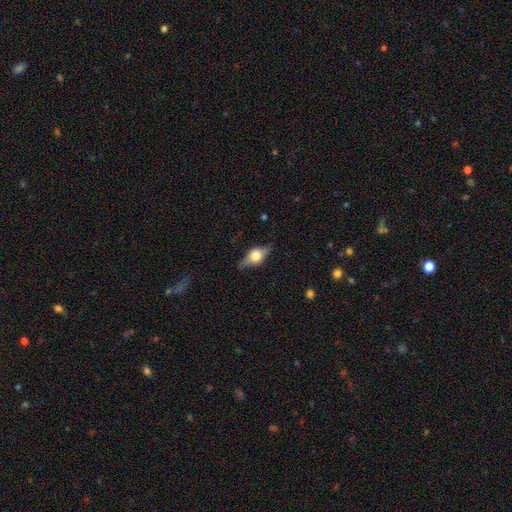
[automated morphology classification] featured or disk 56%, smooth 36%, star or artifact 7%. Down the decision tree: edge-on disk — yes (90%); edge-on bulge — rounded (92%); merging — none (79%).